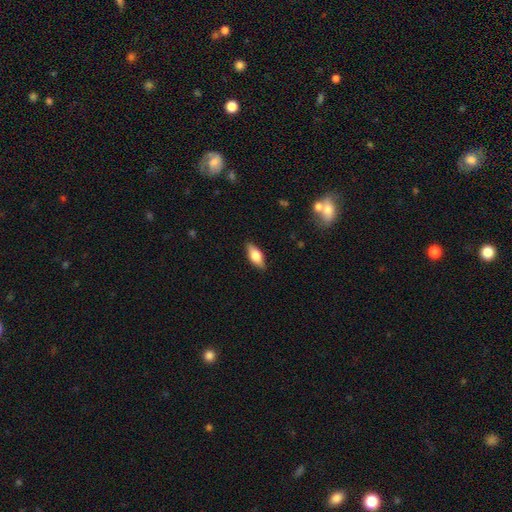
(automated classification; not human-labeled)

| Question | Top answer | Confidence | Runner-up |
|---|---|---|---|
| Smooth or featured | smooth | 68% | featured or disk (26%) |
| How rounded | in between | 80% | cigar-shaped (16%) |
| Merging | none | 87% | minor disturbance (10%) |